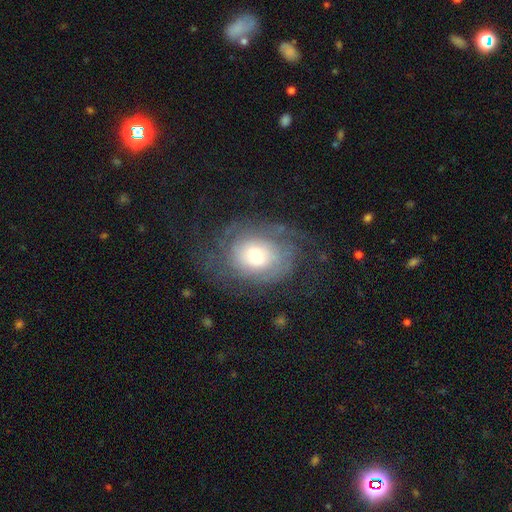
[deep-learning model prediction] Smooth or featured: featured or disk — 69% (smooth — 23%)
Edge-on disk: no — 97% (yes — 3%)
Bar: no — 75% (weak — 21%)
Spiral arms: yes — 85% (no — 15%)
Spiral winding: tight — 58% (medium — 29%)
Spiral arm count: can't tell — 47% (2 — 23%)
Bulge size: moderate — 55% (large — 26%)
Merging: none — 64% (minor disturbance — 18%)